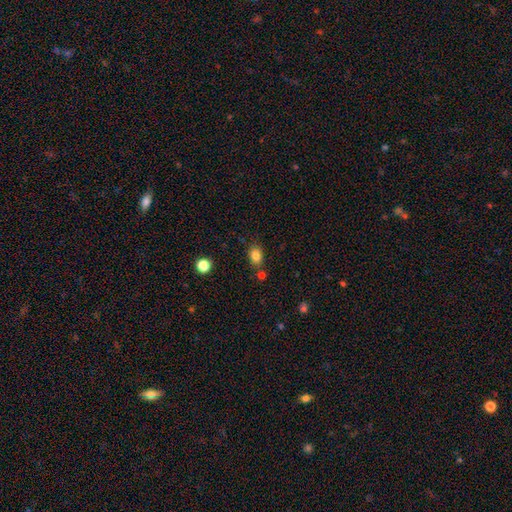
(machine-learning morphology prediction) The model was most divided on "how rounded": in between: 67%, round: 32%, cigar-shaped: 1%. More confident: smooth or featured — smooth (84%); merging — none (76%).